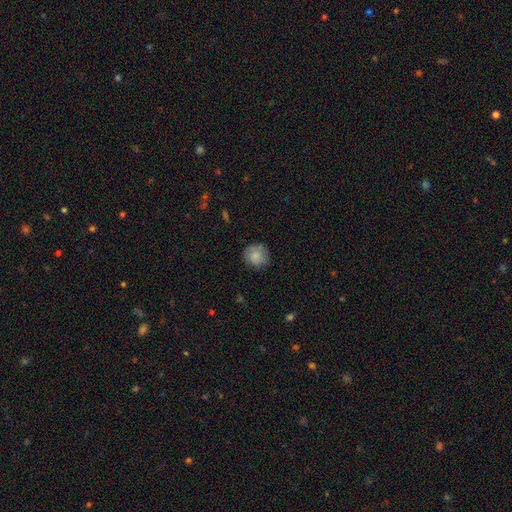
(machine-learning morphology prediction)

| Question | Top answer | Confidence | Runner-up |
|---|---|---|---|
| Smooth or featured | smooth | 85% | star or artifact (8%) |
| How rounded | round | 89% | in between (10%) |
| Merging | none | 80% | minor disturbance (15%) |